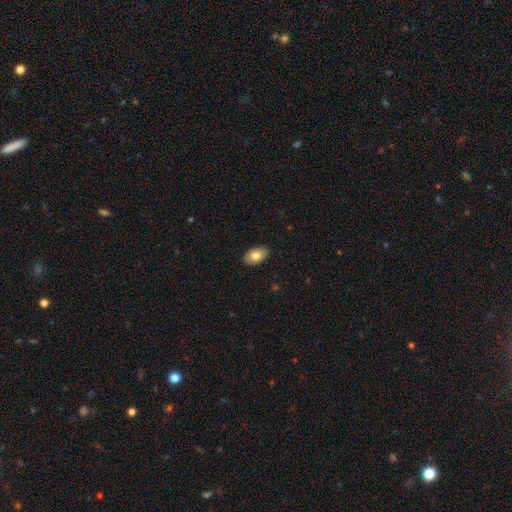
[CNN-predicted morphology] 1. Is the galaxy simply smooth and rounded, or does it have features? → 80% smooth, 14% featured or disk, 7% star or artifact.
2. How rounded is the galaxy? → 92% in between, 7% round, 1% cigar-shaped.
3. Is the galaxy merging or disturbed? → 89% none, 9% minor disturbance, 2% major disturbance, 1% merger.